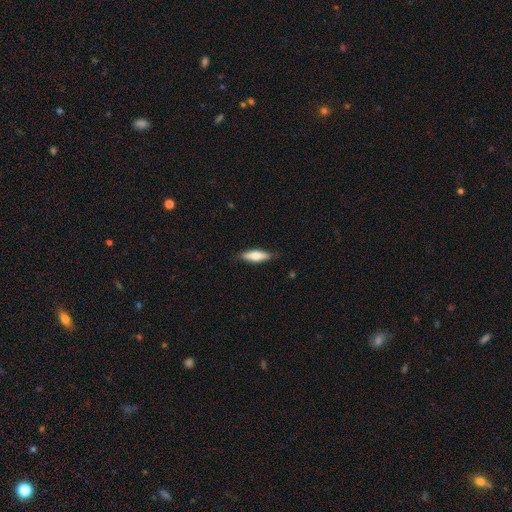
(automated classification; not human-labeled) Morphology: type=smooth (67%); roundness=cigar-shaped (54%); merging=none (84%).